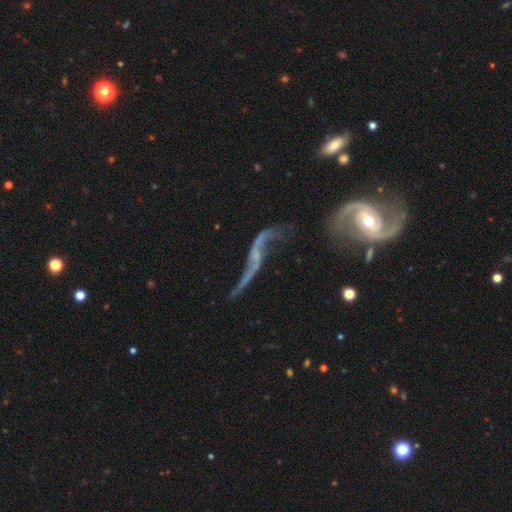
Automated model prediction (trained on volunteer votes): smooth-or-featured: featured or disk: 82% | star or artifact: 10% | smooth: 8%
  disk-edge-on: no: 86% | yes: 14%
    bar: no: 45% | weak: 32% | strong: 22%
    has-spiral-arms: yes: 87% | no: 13%
      spiral-winding: loose: 89% | medium: 8% | tight: 3%
      spiral-arm-count: 2: 89% | 1: 5% | can't tell: 3% | 3: 1% | 4: 1% | more than 4: 1%
    bulge-size: small: 54% | none: 29% | moderate: 14% | large: 2% | dominant: 1%
  merging: none: 37% | major disturbance: 29% | minor disturbance: 19% | merger: 15%